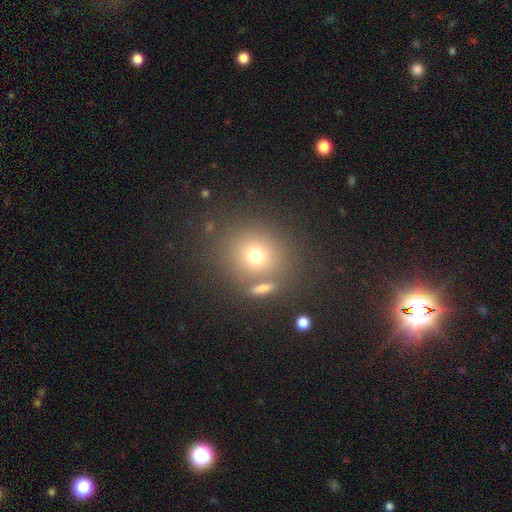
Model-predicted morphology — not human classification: This is likely a smooth galaxy (70%). How rounded: clearly round (84%). Merging: likely none (72%).